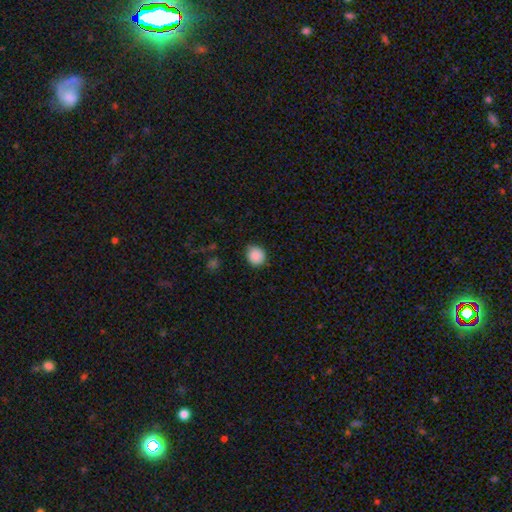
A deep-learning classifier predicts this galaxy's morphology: Overall: smooth (89%). How rounded: round (87%). Merging: none (86%).